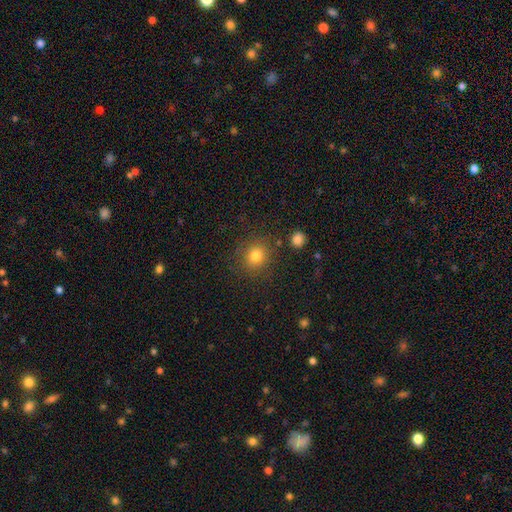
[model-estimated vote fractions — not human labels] This appears to be a smooth galaxy with no disk features (81%) that is round (84%). Merging: none (84%).